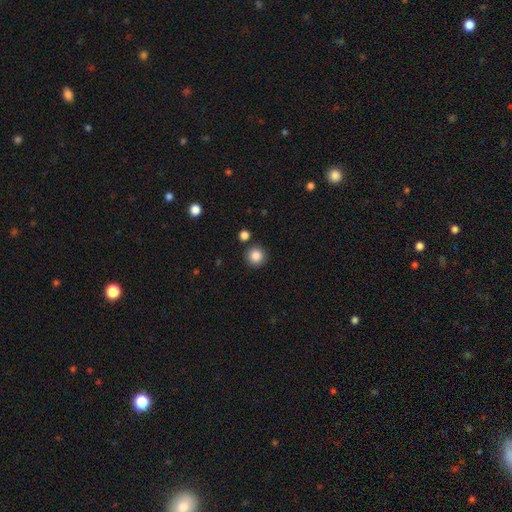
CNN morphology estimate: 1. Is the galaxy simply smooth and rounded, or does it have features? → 86% smooth, 10% star or artifact, 4% featured or disk.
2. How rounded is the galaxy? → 94% round, 5% in between, 1% cigar-shaped.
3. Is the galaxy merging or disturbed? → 87% none, 7% minor disturbance, 5% merger, 2% major disturbance.